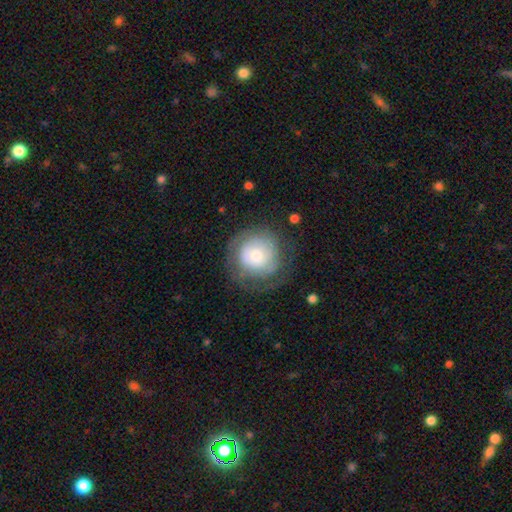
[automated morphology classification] Overall: featured or disk (50%; smooth 42%). Edge-on disk: no (97%). Merging: none (66%).